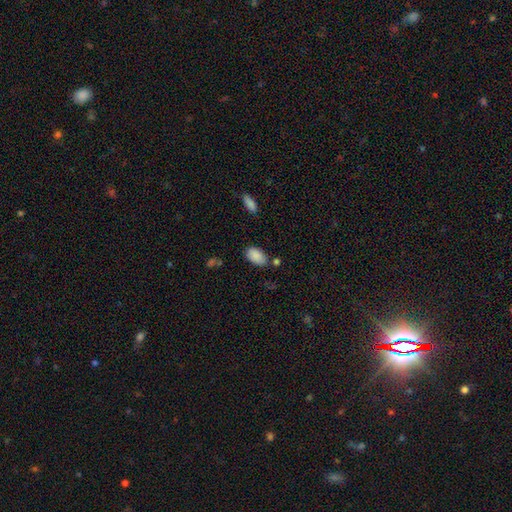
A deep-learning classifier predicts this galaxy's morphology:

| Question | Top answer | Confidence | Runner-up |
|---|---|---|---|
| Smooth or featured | smooth | 89% | star or artifact (7%) |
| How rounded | in between | 94% | round (5%) |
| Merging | none | 74% | minor disturbance (16%) |